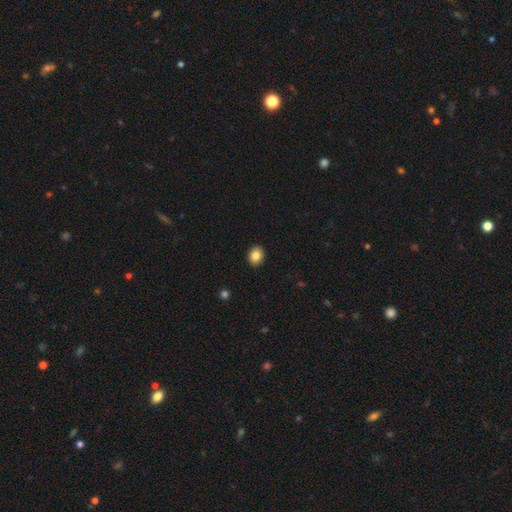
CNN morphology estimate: Q: Smooth or featured?
A: smooth (84%); runner-up: star or artifact (9%)
Q: How rounded?
A: round (61%); runner-up: in between (39%)
Q: Merging?
A: none (92%); runner-up: minor disturbance (6%)